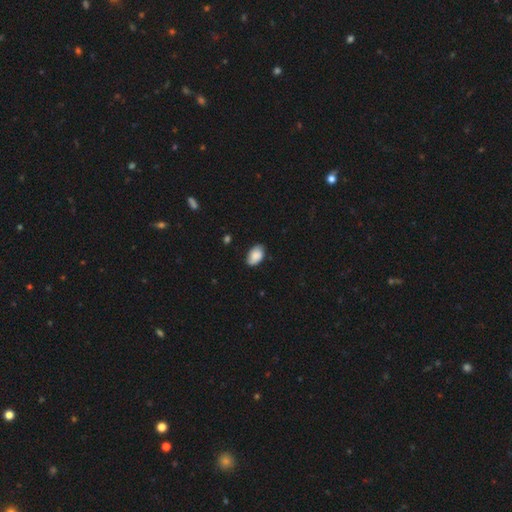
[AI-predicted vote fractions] smooth_or_featured: smooth (p=0.82) [alt: featured or disk p=0.11]
how_rounded: in between (p=0.92) [alt: round p=0.07]
merging: none (p=0.77) [alt: minor disturbance p=0.19]